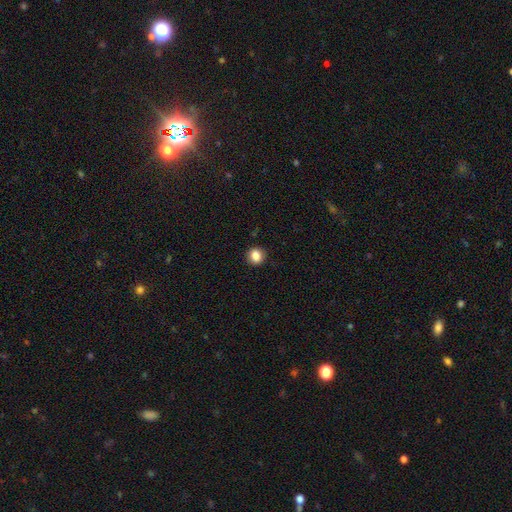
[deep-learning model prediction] smooth_or_featured: smooth (p=0.85) [alt: star or artifact p=0.10]
how_rounded: round (p=0.78) [alt: in between p=0.21]
merging: none (p=0.90) [alt: minor disturbance p=0.07]